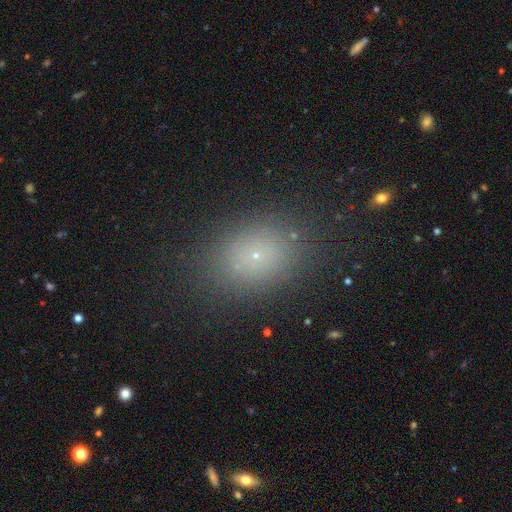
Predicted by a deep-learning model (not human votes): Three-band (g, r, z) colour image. It shows a smooth galaxy with no disk features (68%) that is in between round and cigar-shaped (59%). Merging: none (83%).